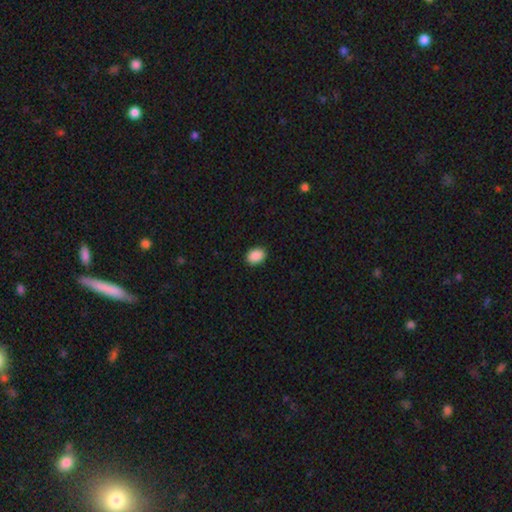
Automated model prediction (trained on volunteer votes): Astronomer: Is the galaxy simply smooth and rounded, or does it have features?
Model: smooth — 90%.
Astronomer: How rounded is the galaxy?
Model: in between — 71%.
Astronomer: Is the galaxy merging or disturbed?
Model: none — 90%.